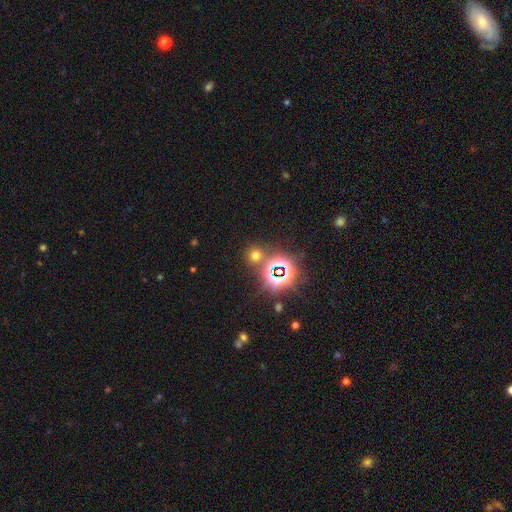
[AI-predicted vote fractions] This appears to be a smooth galaxy with no disk features (49%). Merging: none (77%).